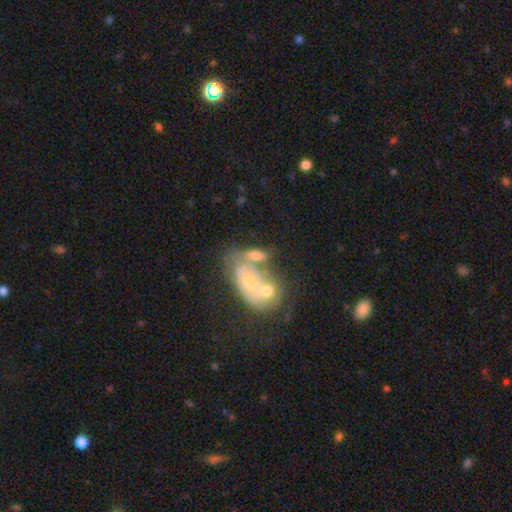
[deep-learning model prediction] This is possibly a smooth galaxy (51%). How rounded: clearly in between (82%). Merging: possibly merger (54%).